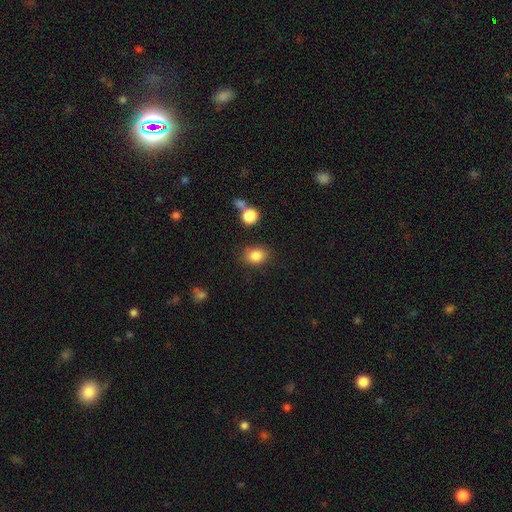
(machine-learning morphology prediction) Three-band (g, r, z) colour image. It shows a smooth galaxy with no disk features (84%) that is in between round and cigar-shaped (59%). Merging: none (80%).